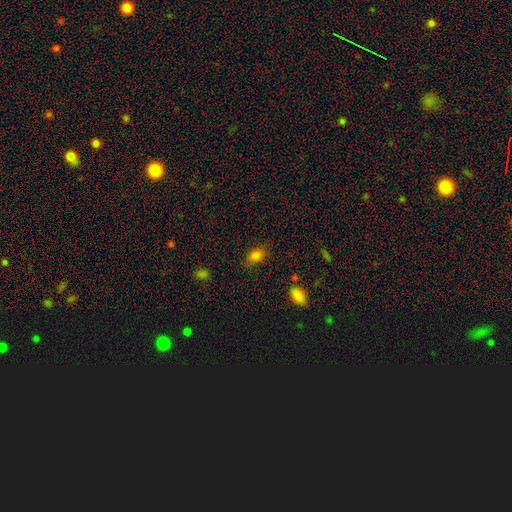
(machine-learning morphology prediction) Smooth or featured?
  - smooth: 80% *
  - star or artifact: 14%
  - featured or disk: 6%
How rounded?
  - in between: 82% *
  - round: 15%
  - cigar-shaped: 2%
Merging?
  - none: 76% *
  - minor disturbance: 17%
  - major disturbance: 5%
  - merger: 2%